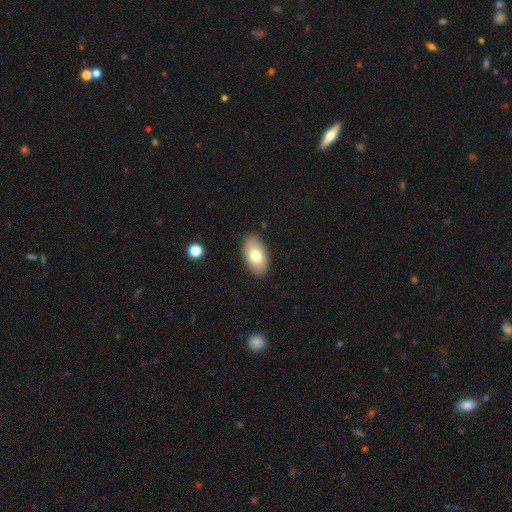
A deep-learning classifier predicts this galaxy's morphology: This is likely a smooth galaxy (74%). How rounded: clearly in between (94%). Merging: clearly none (87%).